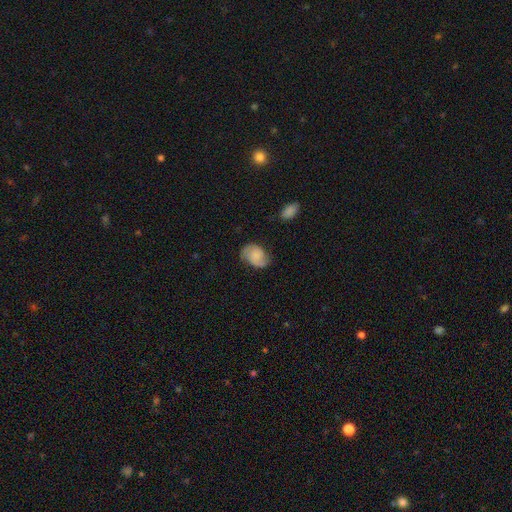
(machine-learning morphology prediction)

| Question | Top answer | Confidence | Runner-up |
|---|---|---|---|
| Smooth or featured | featured or disk | 52% | smooth (40%) |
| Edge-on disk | no | 97% | yes (3%) |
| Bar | no | 70% | weak (26%) |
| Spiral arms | yes | 90% | no (10%) |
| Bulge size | none | 45% | small (29%) |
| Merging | none | 64% | minor disturbance (24%) |